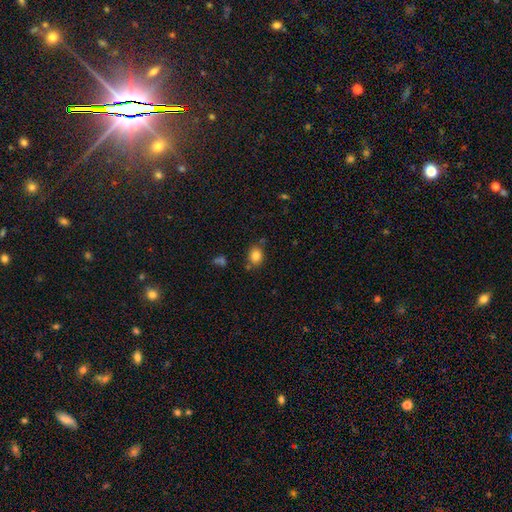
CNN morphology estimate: type=smooth (83%); roundness=round (59%); merging=none (75%).